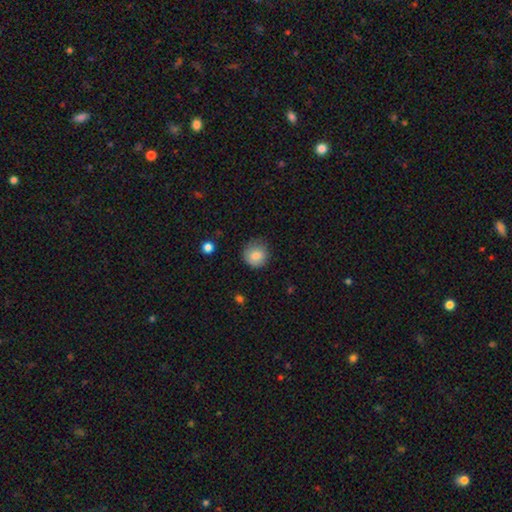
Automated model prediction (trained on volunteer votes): Smooth or featured: smooth — 83% (featured or disk — 9%)
How rounded: round — 90% (in between — 9%)
Merging: none — 74% (minor disturbance — 20%)